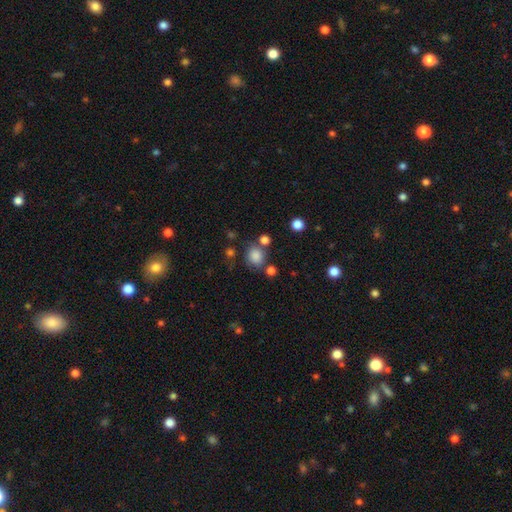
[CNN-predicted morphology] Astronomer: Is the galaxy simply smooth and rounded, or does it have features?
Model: smooth — 82%.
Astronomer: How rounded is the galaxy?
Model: round — 74%.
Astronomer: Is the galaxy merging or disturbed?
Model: none — 65%.